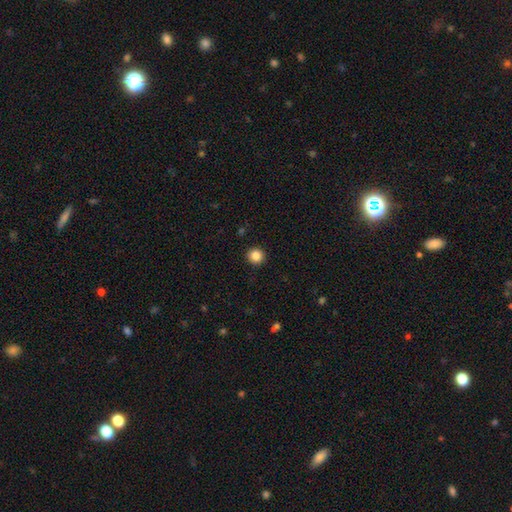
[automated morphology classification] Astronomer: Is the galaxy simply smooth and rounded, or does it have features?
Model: smooth — 86%.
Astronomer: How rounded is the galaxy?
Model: round — 94%.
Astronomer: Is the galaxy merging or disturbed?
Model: none — 93%.